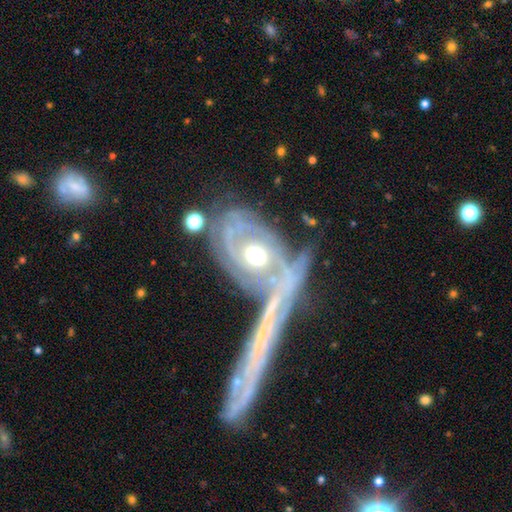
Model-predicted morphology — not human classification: Overall: featured or disk (85%). Edge-on disk: no (95%). Bar: no (65%). Spiral arms: yes (88%). Spiral arm count: 2 (50%; can't tell 19%). Spiral winding: tight (48%; medium 35%). Bulge size: moderate (73%). Merging: merger (34%; none 33%).